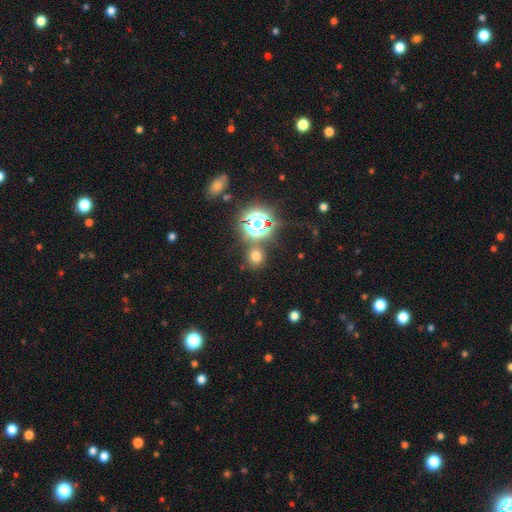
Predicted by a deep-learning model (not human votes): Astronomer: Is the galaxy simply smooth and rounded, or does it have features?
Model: smooth — 62%.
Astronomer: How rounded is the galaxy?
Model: round — 87%.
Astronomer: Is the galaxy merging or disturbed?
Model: none — 80%.